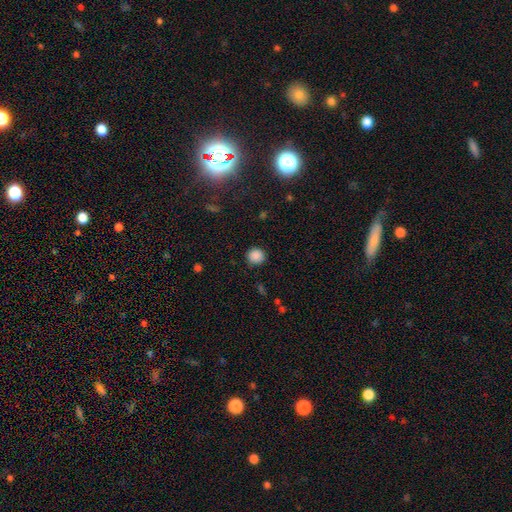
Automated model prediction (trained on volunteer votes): A smooth galaxy with no disk features (87%) that is round (92%). Merging: none (90%).